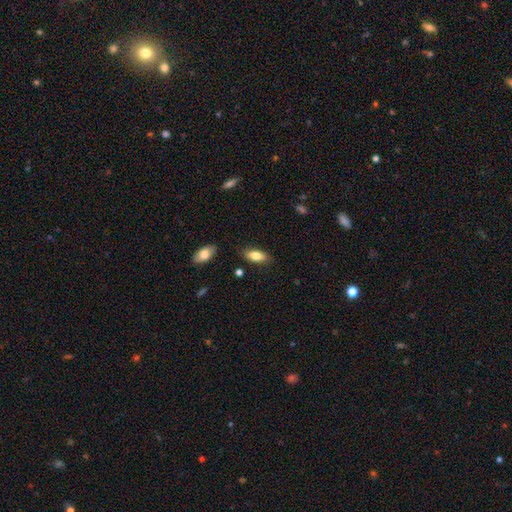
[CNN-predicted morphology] type=smooth (80%); roundness=in between (82%); merging=none (83%).